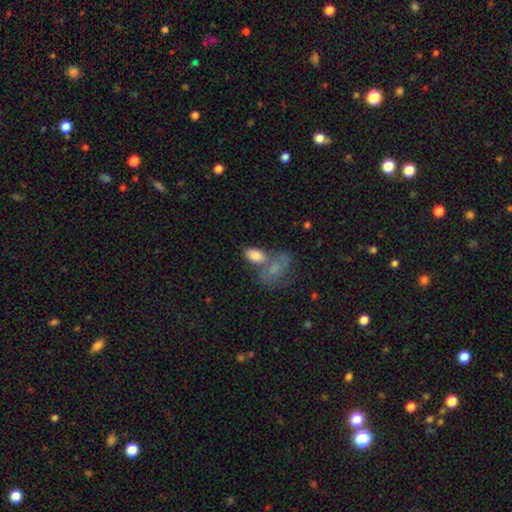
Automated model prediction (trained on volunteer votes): Smooth or featured? Predicted: smooth (p=0.81). How rounded? Predicted: in between (p=0.92). Merging? Predicted: merger (p=0.41).